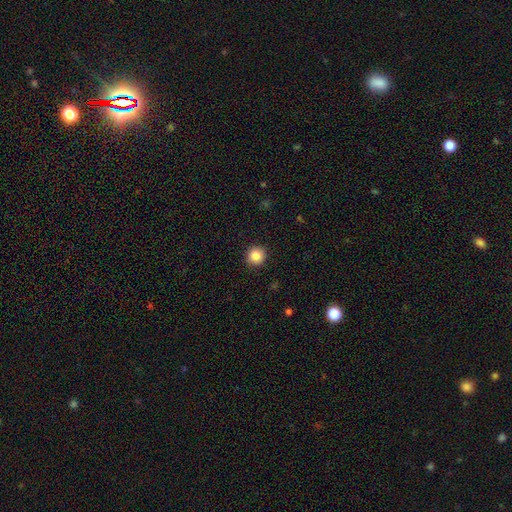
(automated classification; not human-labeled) This is clearly a smooth galaxy (86%). How rounded: clearly round (93%). Merging: clearly none (92%).